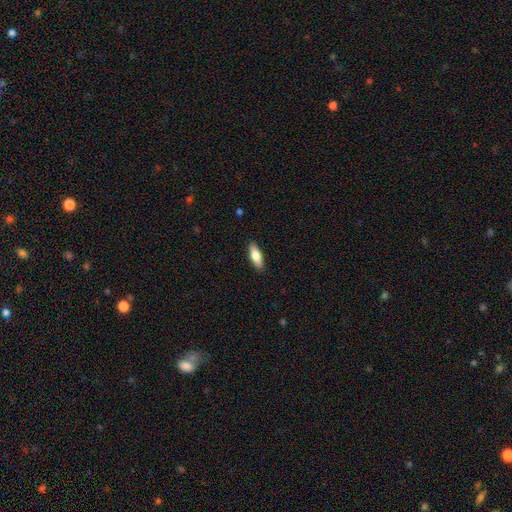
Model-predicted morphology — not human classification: Smooth or featured: smooth — 71% (featured or disk — 23%)
How rounded: in between — 60% (cigar-shaped — 38%)
Merging: none — 89% (minor disturbance — 8%)